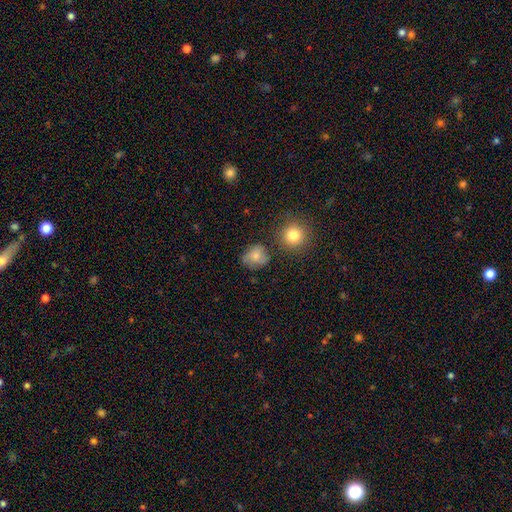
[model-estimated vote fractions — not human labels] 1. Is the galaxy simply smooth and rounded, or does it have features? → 71% smooth, 18% featured or disk, 12% star or artifact.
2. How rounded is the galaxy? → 72% round, 27% in between, 1% cigar-shaped.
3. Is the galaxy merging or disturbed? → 62% none, 23% minor disturbance, 9% major disturbance, 6% merger.